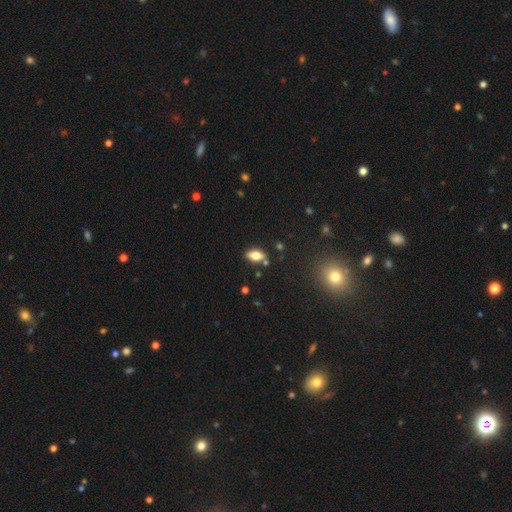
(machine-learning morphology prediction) Q: Smooth or featured?
A: smooth (70%); runner-up: featured or disk (20%)
Q: How rounded?
A: in between (87%); runner-up: cigar-shaped (8%)
Q: Merging?
A: none (79%); runner-up: minor disturbance (12%)